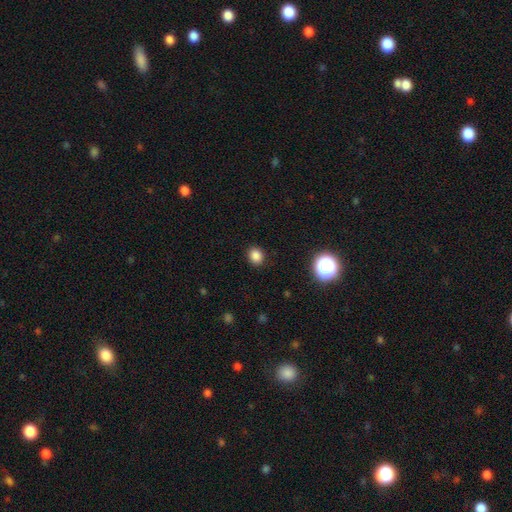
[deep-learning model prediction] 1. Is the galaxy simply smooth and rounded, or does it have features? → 84% smooth, 13% star or artifact, 3% featured or disk.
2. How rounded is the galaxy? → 66% round, 33% in between, 1% cigar-shaped.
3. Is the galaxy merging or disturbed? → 90% none, 7% minor disturbance, 2% major disturbance, 1% merger.